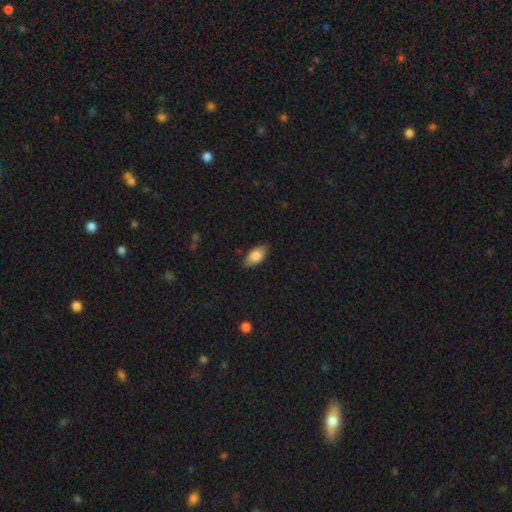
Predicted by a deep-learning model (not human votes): A smooth galaxy with no disk features (80%) that is in between round and cigar-shaped (90%). Merging: none (83%).